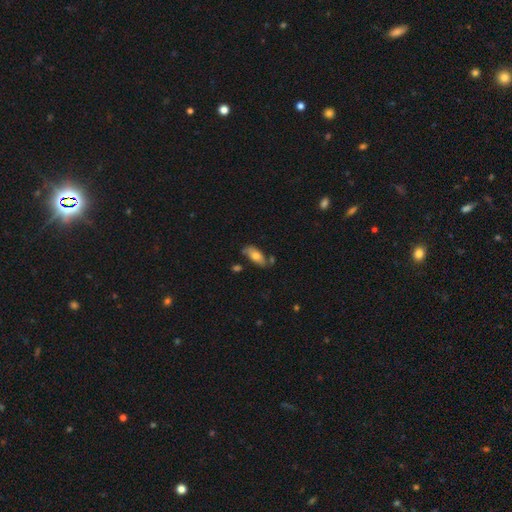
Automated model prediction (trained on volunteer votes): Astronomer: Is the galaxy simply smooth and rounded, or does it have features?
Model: smooth — 64%.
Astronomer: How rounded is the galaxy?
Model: in between — 82%.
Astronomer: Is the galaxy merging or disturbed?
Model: none — 65%.